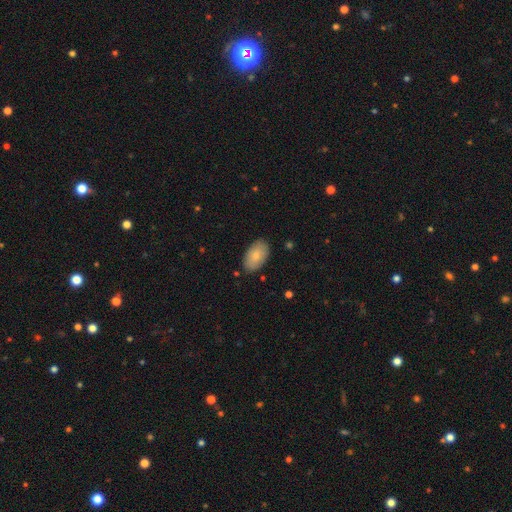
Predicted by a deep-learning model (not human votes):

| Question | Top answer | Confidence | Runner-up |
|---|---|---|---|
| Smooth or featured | smooth | 81% | featured or disk (13%) |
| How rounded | in between | 94% | round (5%) |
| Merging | none | 85% | minor disturbance (12%) |